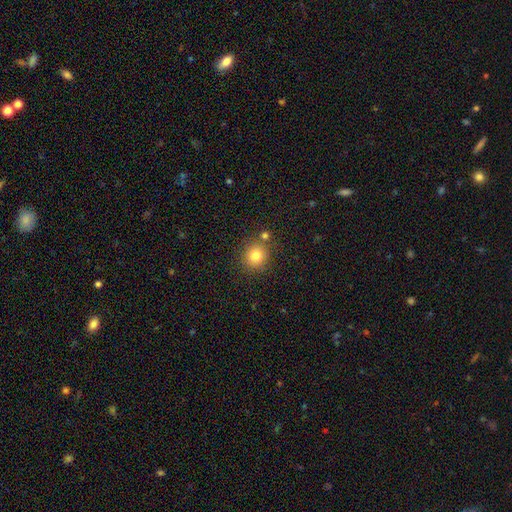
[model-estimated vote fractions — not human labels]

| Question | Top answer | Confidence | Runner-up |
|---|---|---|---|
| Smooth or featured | smooth | 80% | star or artifact (12%) |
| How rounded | round | 90% | in between (9%) |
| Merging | none | 78% | merger (11%) |